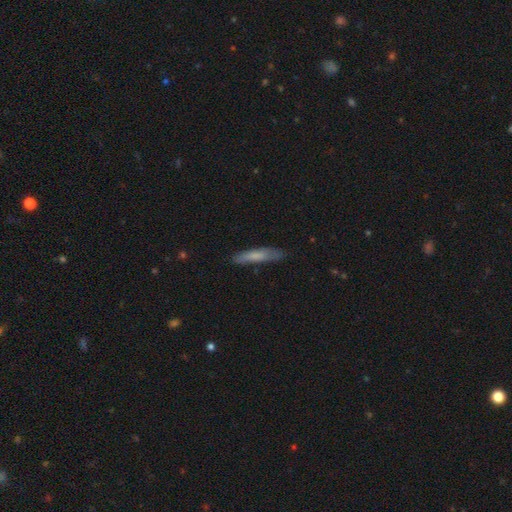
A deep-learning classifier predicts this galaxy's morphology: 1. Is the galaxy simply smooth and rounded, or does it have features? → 69% smooth, 24% featured or disk, 6% star or artifact.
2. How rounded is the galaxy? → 88% cigar-shaped, 11% in between, 1% round.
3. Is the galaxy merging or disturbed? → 79% none, 16% minor disturbance, 3% major disturbance, 1% merger.